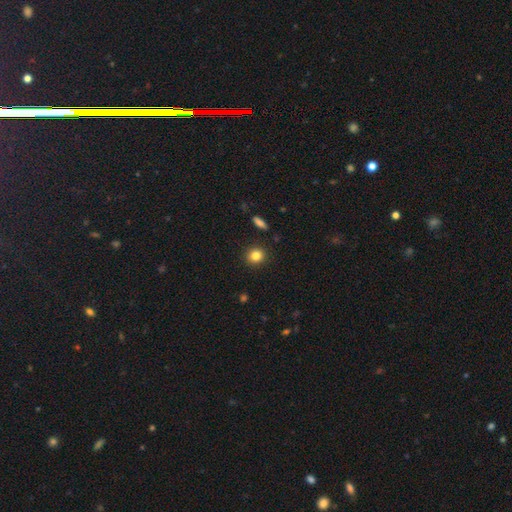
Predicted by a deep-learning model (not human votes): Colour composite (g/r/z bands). It shows a smooth galaxy with no disk features (83%) that is round (85%). Merging: none (91%).